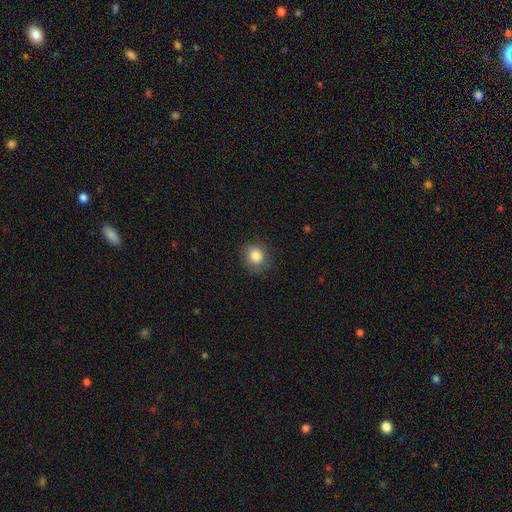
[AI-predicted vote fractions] Overall: smooth (85%). How rounded: round (86%). Merging: none (85%).